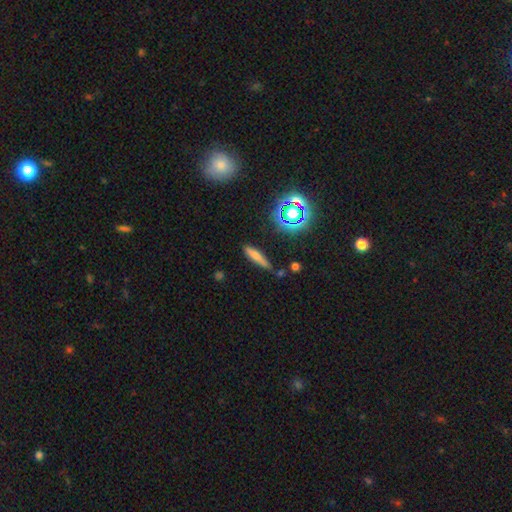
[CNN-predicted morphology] smooth-or-featured: smooth: 63% | featured or disk: 21% | star or artifact: 16%
  how-rounded: cigar-shaped: 77% | in between: 19% | round: 4%
  merging: none: 67% | minor disturbance: 22% | merger: 6% | major disturbance: 6%